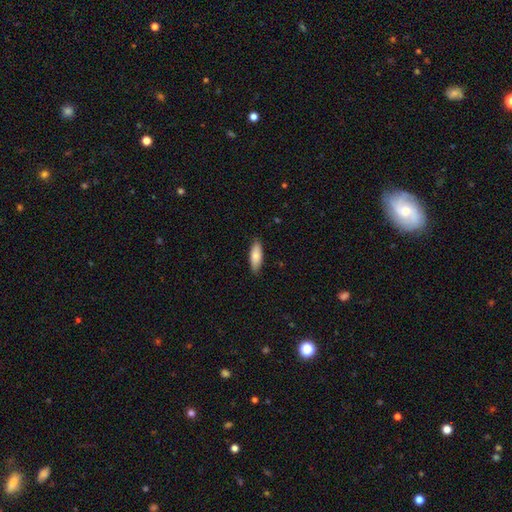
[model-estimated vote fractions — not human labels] Overall: smooth (83%). How rounded: in between (66%; cigar-shaped 32%). Merging: none (87%).